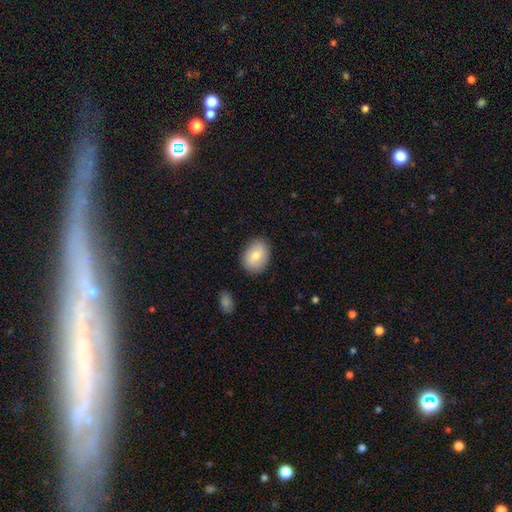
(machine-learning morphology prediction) Smooth or featured: smooth — 75% (featured or disk — 19%)
How rounded: in between — 67% (round — 32%)
Merging: none — 86% (minor disturbance — 11%)